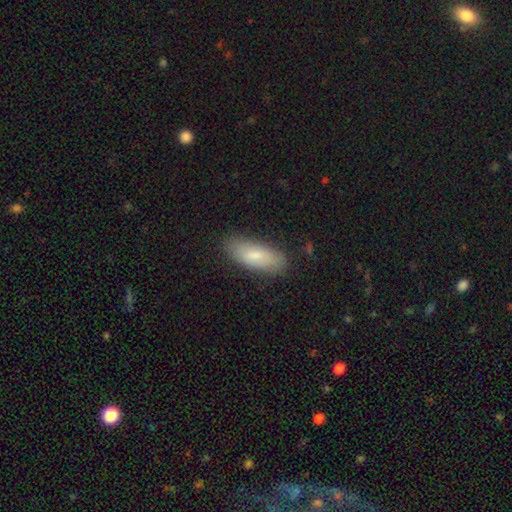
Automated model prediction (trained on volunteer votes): smooth_or_featured: smooth (p=0.80) [alt: featured or disk p=0.14]
how_rounded: in between (p=0.74) [alt: cigar-shaped p=0.24]
merging: none (p=0.84) [alt: minor disturbance p=0.13]